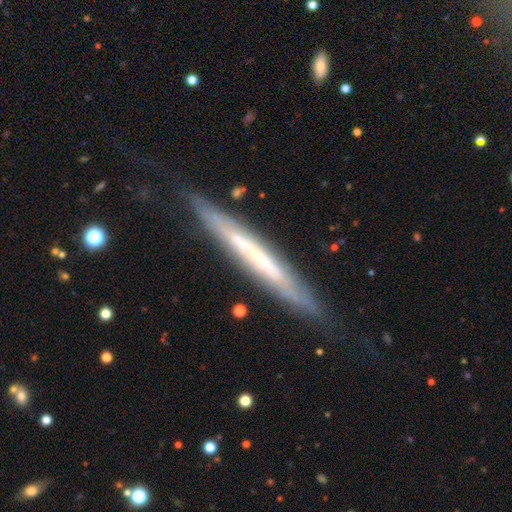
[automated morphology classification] Q: Smooth or featured?
A: featured or disk (61%); runner-up: smooth (32%)
Q: Edge-on disk?
A: yes (89%); runner-up: no (11%)
Q: Edge-on bulge?
A: none (82%); runner-up: rounded (10%)
Q: Merging?
A: none (79%); runner-up: minor disturbance (16%)